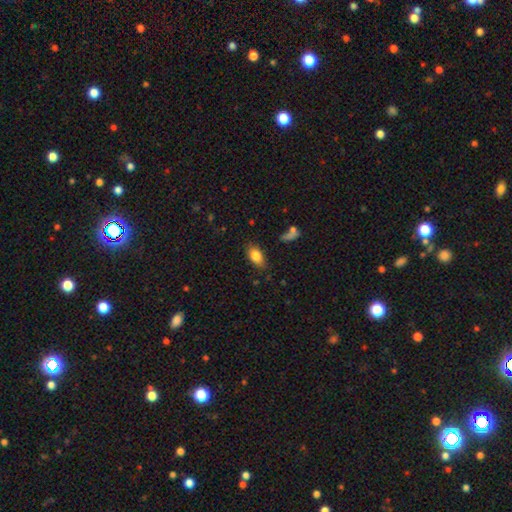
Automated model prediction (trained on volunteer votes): This is clearly a smooth galaxy (83%). How rounded: clearly in between (89%). Merging: likely none (79%).